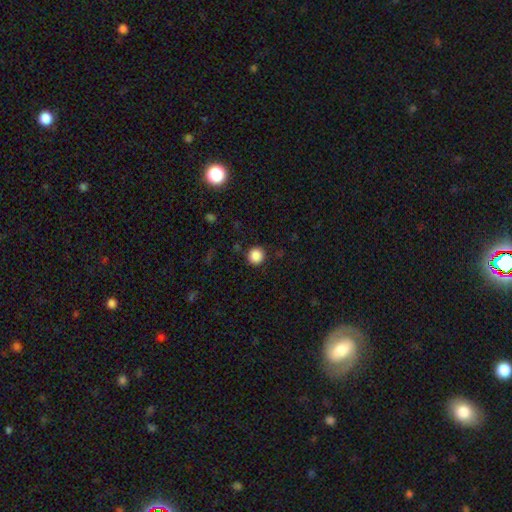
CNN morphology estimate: smooth_or_featured: smooth (p=0.87) [alt: star or artifact p=0.10]
how_rounded: round (p=0.95) [alt: in between p=0.04]
merging: none (p=0.91) [alt: minor disturbance p=0.06]